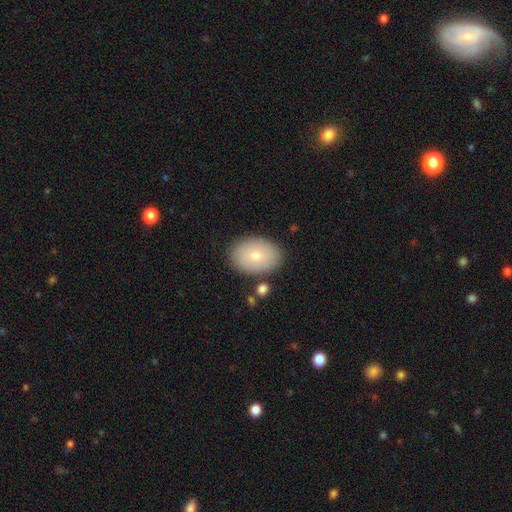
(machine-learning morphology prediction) smooth-or-featured: smooth: 74% | featured or disk: 19% | star or artifact: 7%
  how-rounded: in between: 77% | round: 22% | cigar-shaped: 1%
  merging: none: 84% | minor disturbance: 10% | merger: 3% | major disturbance: 3%